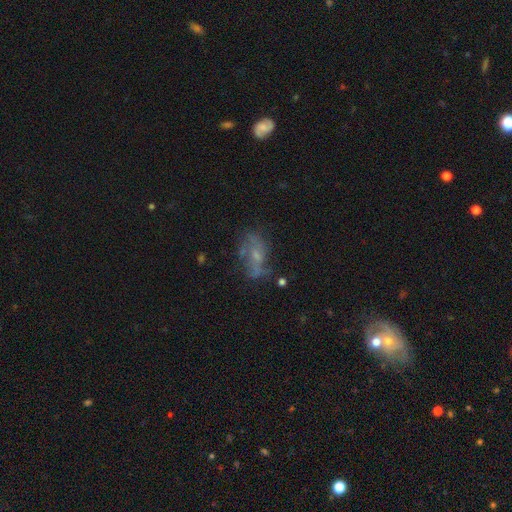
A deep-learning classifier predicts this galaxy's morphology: type=featured or disk (51%); edge-on=no (90%); merging=none (48%).